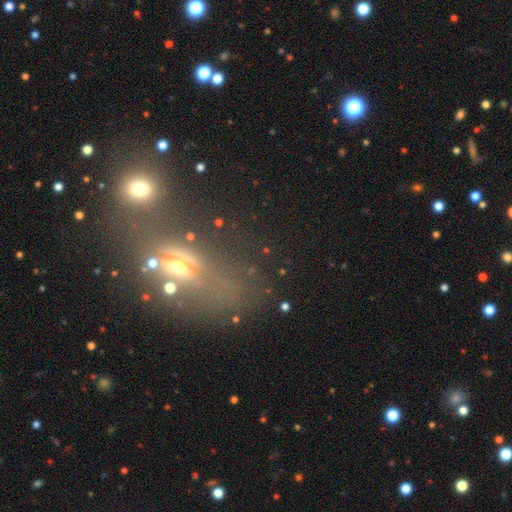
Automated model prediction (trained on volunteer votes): Smooth or featured: star or artifact — 43% (smooth — 36%)